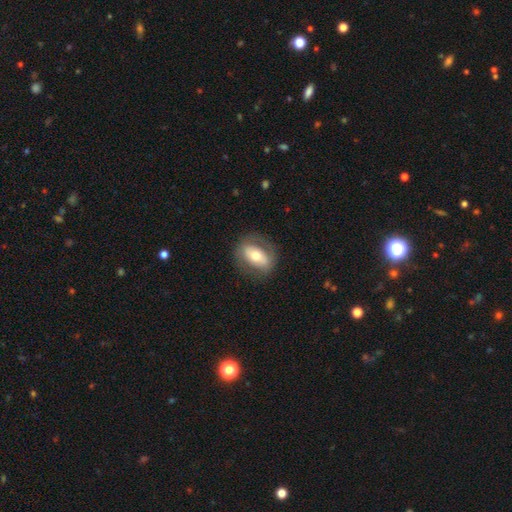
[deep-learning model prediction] The model was most divided on "smooth or featured": smooth: 53%, featured or disk: 40%, star or artifact: 7%. More confident: how rounded — in between (79%); merging — none (78%).